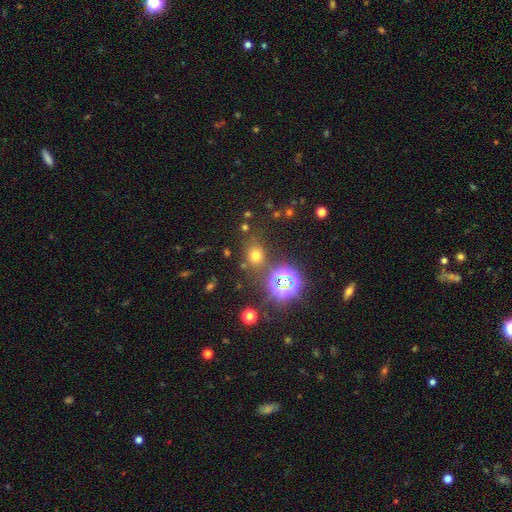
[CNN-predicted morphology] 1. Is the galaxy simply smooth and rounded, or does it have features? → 58% smooth, 33% star or artifact, 8% featured or disk.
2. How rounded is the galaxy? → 72% round, 27% in between, 1% cigar-shaped.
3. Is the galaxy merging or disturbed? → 78% none, 10% minor disturbance, 7% merger, 5% major disturbance.